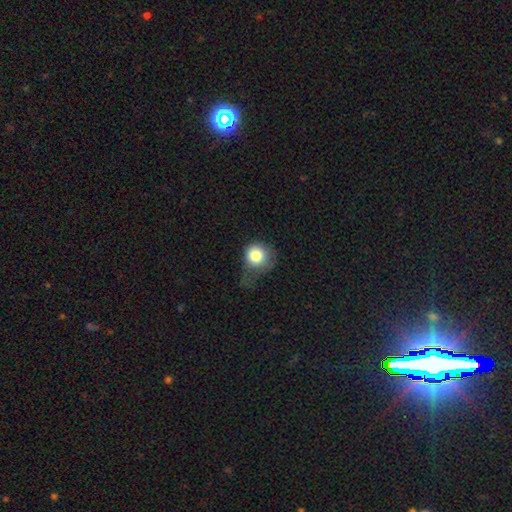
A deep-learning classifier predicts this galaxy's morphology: Smooth or featured? Predicted: smooth (p=0.82). How rounded? Predicted: round (p=0.87). Merging? Predicted: minor disturbance (p=0.37).